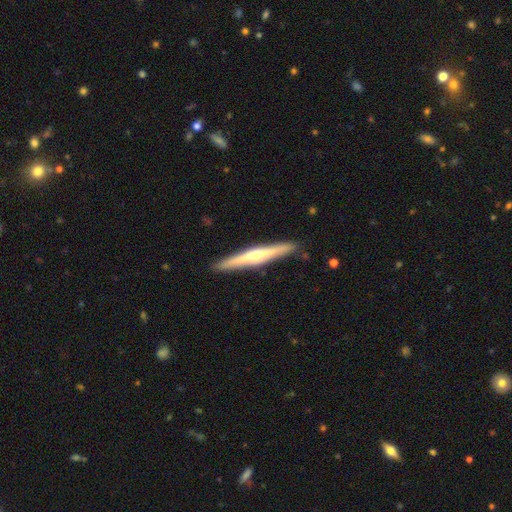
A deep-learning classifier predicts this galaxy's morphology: A featured or disk galaxy (67%) viewed edge-on (97%) with a rounded central bulge (80%).

Vote fractions:
- Smooth or featured? featured or disk: 67% / smooth: 28% / star or artifact: 5%
- Edge-on disk? yes: 97% / no: 3%
- Edge-on bulge? rounded: 80% / none: 15% / boxy: 5%
- Merging? none: 91% / minor disturbance: 7% / major disturbance: 1% / merger: 1%